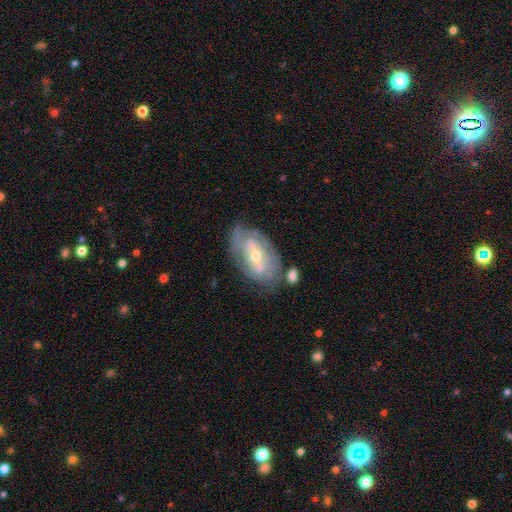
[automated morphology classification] smooth_or_featured: featured or disk (p=0.76) [alt: smooth p=0.18]
disk_edge_on: no (p=0.94) [alt: yes p=0.06]
bar: no (p=0.51) [alt: weak p=0.34]
has_spiral_arms: yes (p=0.76) [alt: no p=0.24]
spiral_winding: tight (p=0.60) [alt: medium p=0.30]
spiral_arm_count: can't tell (p=0.45) [alt: 2 p=0.34]
bulge_size: small (p=0.53) [alt: moderate p=0.43]
merging: none (p=0.64) [alt: minor disturbance p=0.21]